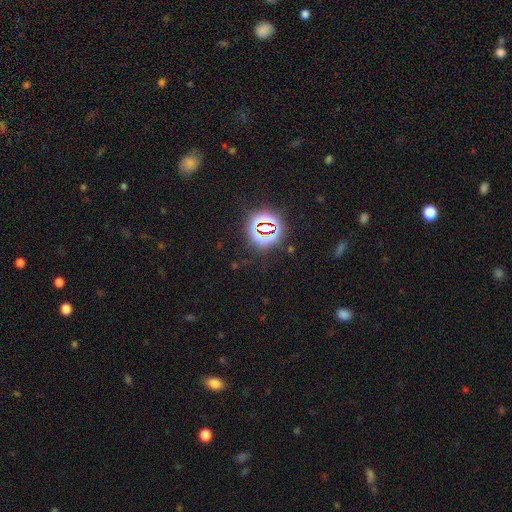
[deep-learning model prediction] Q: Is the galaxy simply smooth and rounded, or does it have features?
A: star or artifact — 78%.